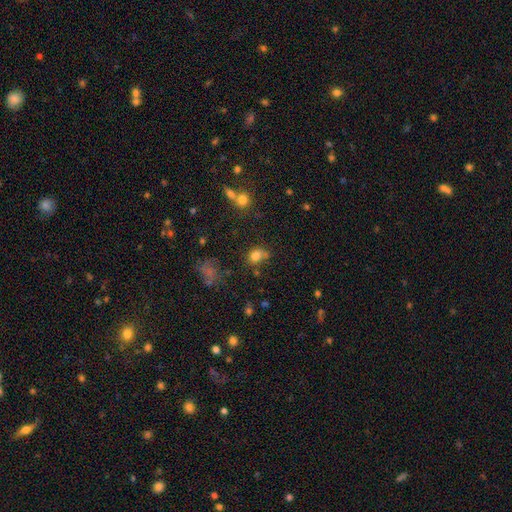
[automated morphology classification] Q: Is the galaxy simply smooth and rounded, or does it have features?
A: smooth — 78%.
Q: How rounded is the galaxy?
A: in between — 51%.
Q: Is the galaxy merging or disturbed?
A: none — 57%.